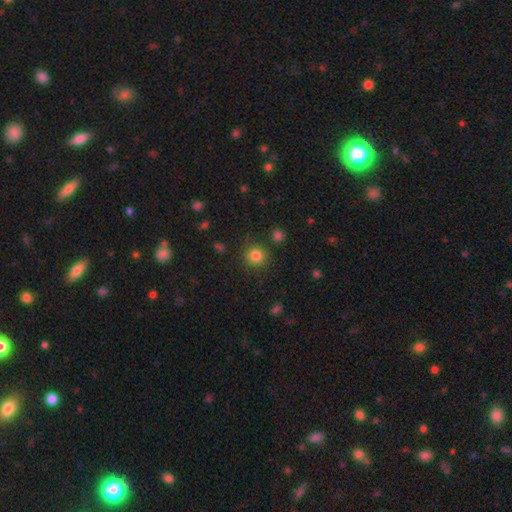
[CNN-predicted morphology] A smooth galaxy with no disk features (83%) that is round (93%).

Vote fractions:
- Smooth or featured? smooth: 83% / star or artifact: 12% / featured or disk: 5%
- How rounded? round: 93% / in between: 6% / cigar-shaped: 1%
- Merging? none: 87% / minor disturbance: 7% / major disturbance: 3% / merger: 3%